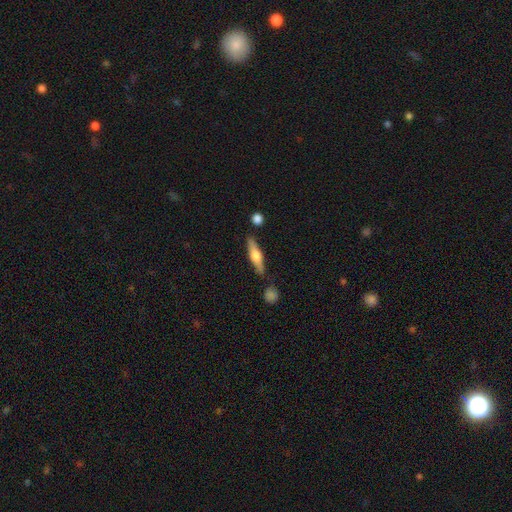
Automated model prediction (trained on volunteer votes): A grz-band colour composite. It shows a featured or disk galaxy (53%) viewed edge-on (94%). Merging: none (82%).